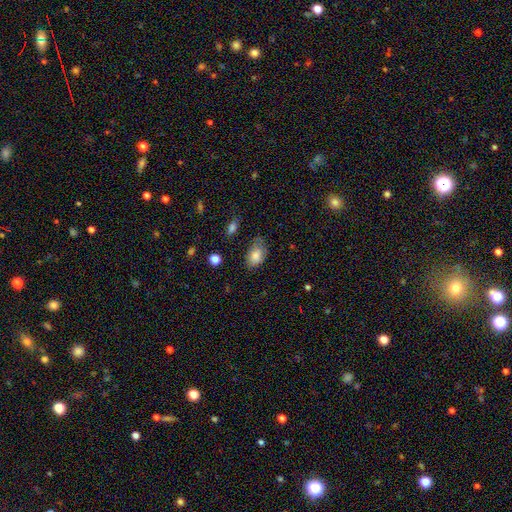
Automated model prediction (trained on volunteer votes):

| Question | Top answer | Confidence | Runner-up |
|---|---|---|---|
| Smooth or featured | smooth | 79% | featured or disk (12%) |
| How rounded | in between | 87% | round (12%) |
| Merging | none | 55% | minor disturbance (32%) |